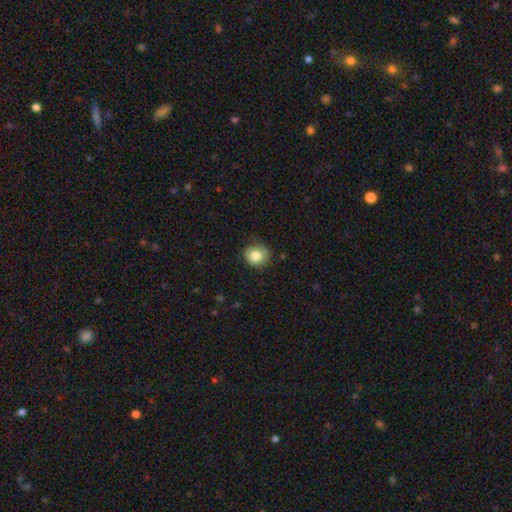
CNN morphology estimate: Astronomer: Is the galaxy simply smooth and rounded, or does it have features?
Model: smooth — 82%.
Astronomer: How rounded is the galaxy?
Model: round — 84%.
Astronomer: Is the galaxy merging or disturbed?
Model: none — 78%.